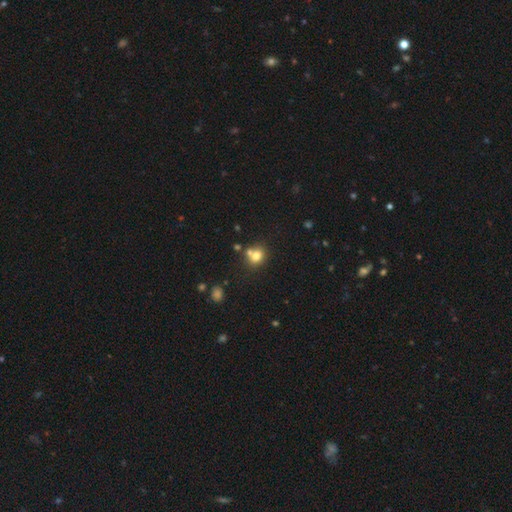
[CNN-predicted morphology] Smooth or featured?
  - smooth: 75% *
  - star or artifact: 13%
  - featured or disk: 12%
How rounded?
  - round: 71% *
  - in between: 28%
  - cigar-shaped: 1%
Merging?
  - none: 53% *
  - merger: 32%
  - minor disturbance: 11%
  - major disturbance: 4%